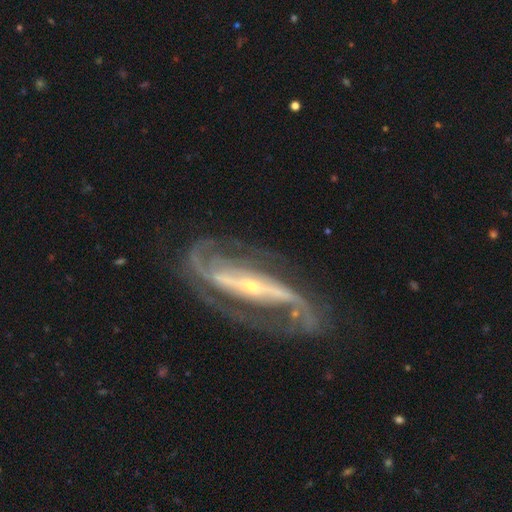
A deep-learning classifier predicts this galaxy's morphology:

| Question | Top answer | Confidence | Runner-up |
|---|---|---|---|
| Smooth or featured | featured or disk | 90% | star or artifact (5%) |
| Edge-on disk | no | 88% | yes (12%) |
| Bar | strong | 68% | weak (18%) |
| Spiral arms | yes | 96% | no (4%) |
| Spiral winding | medium | 47% | tight (28%) |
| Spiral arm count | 2 | 85% | can't tell (5%) |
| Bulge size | small | 73% | moderate (23%) |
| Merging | none | 73% | minor disturbance (15%) |